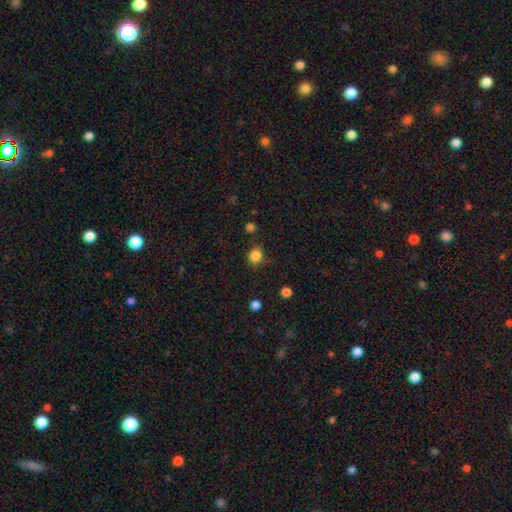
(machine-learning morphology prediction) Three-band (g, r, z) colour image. It shows a smooth galaxy with no disk features (84%) that is round (69%). Merging: none (78%).